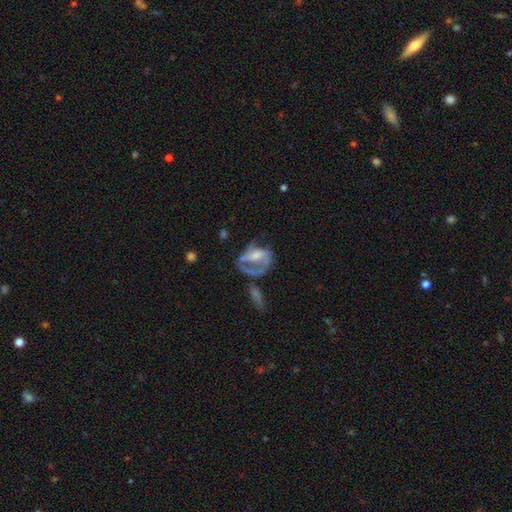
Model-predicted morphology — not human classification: type=featured or disk (65%); edge-on=no (96%); bar=no (44%); spiral arms=yes (66%); bulge=moderate (38%); merging=major disturbance (40%).